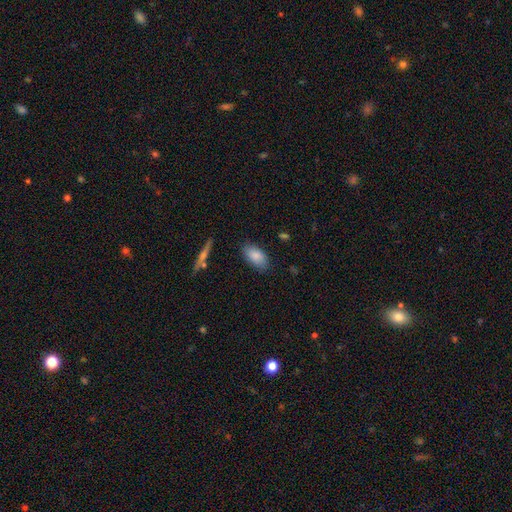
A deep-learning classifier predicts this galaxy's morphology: type=smooth (85%); roundness=in between (93%); merging=none (82%).